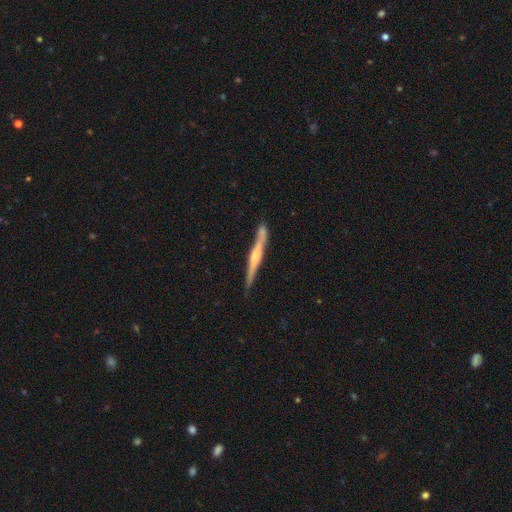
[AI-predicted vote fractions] Q: Smooth or featured?
A: featured or disk (68%); runner-up: smooth (26%)
Q: Edge-on disk?
A: yes (97%); runner-up: no (3%)
Q: Edge-on bulge?
A: rounded (58%); runner-up: boxy (24%)
Q: Merging?
A: none (77%); runner-up: minor disturbance (14%)